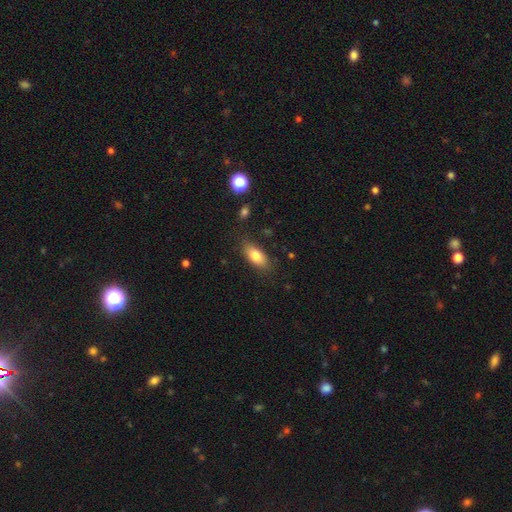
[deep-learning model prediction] smooth-or-featured: smooth: 79% | featured or disk: 13% | star or artifact: 7%
  how-rounded: in between: 85% | cigar-shaped: 11% | round: 4%
  merging: none: 82% | minor disturbance: 13% | major disturbance: 3% | merger: 2%